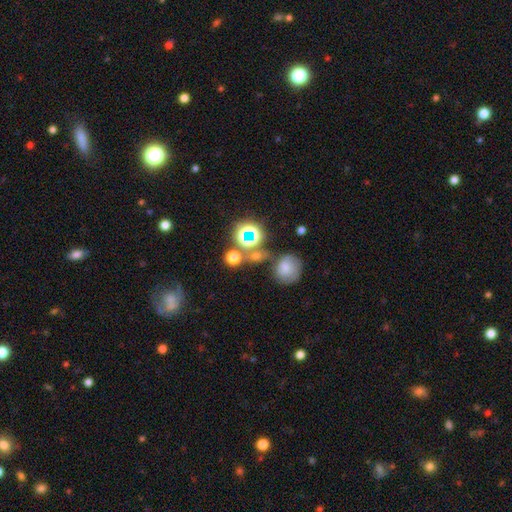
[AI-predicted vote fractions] This is possibly a smooth galaxy (47%). Merging: possibly none (58%).